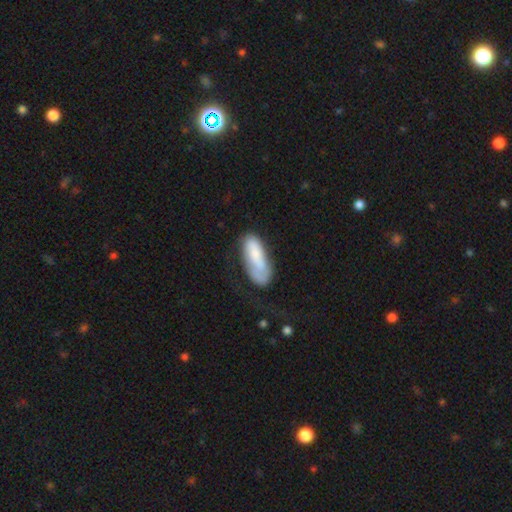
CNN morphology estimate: Q: Smooth or featured?
A: smooth (73%); runner-up: featured or disk (21%)
Q: How rounded?
A: in between (70%); runner-up: cigar-shaped (28%)
Q: Merging?
A: none (40%); runner-up: minor disturbance (29%)